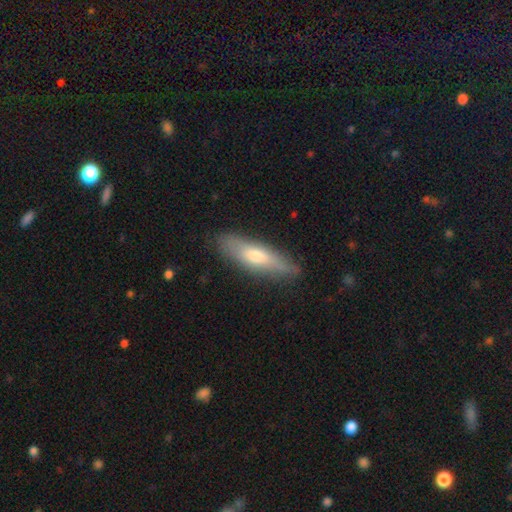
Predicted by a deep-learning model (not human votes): smooth-or-featured: smooth: 61% | featured or disk: 34% | star or artifact: 6%
  how-rounded: cigar-shaped: 64% | in between: 34% | round: 2%
  merging: none: 81% | minor disturbance: 15% | major disturbance: 3% | merger: 1%